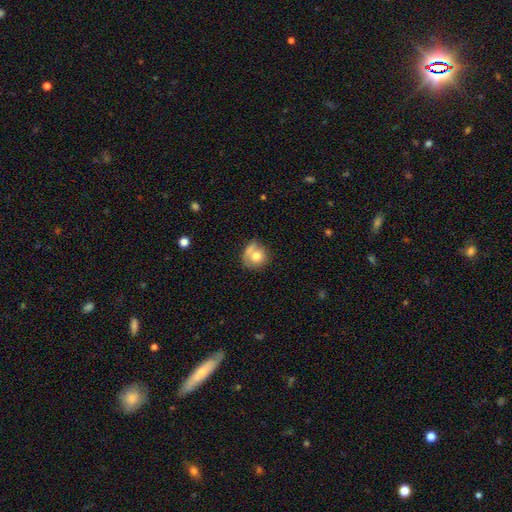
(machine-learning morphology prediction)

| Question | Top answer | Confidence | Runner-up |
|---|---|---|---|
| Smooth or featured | smooth | 71% | featured or disk (20%) |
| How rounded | round | 83% | in between (16%) |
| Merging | none | 49% | minor disturbance (20%) |